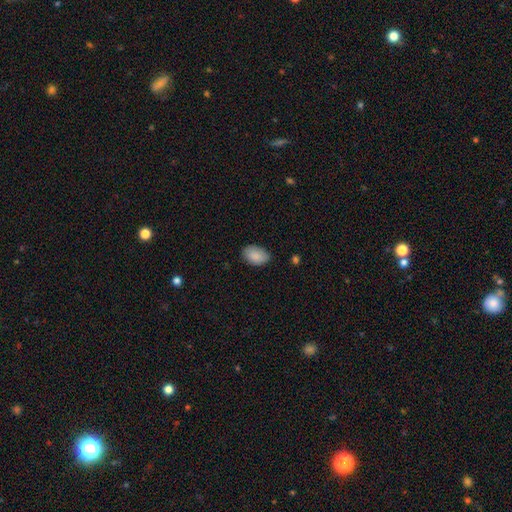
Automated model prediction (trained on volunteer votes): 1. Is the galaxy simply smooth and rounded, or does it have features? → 89% smooth, 6% star or artifact, 5% featured or disk.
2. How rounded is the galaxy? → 91% in between, 8% round, 1% cigar-shaped.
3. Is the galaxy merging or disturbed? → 80% none, 16% minor disturbance, 3% major disturbance, 1% merger.